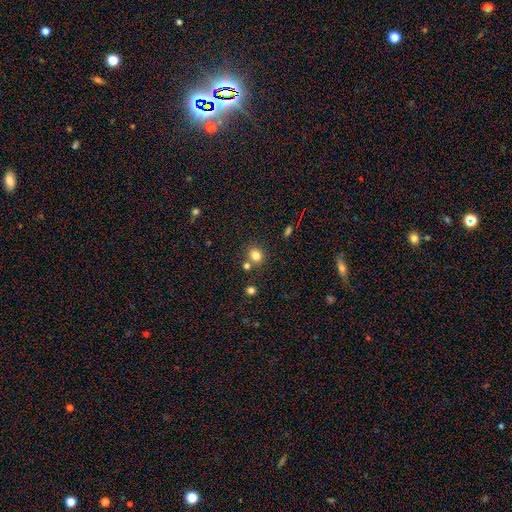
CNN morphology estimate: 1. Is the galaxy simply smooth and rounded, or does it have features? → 81% smooth, 13% star or artifact, 6% featured or disk.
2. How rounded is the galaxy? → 69% round, 30% in between, 1% cigar-shaped.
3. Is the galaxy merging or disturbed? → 70% none, 17% merger, 10% minor disturbance, 3% major disturbance.